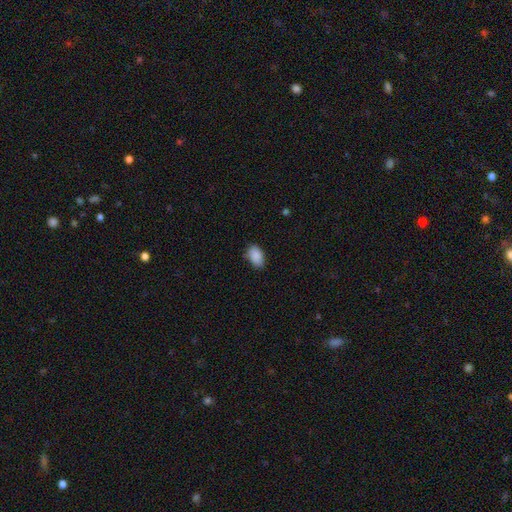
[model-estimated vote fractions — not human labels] Smooth or featured? smooth (89%)
How rounded? in between (91%)
Merging? none (76%)